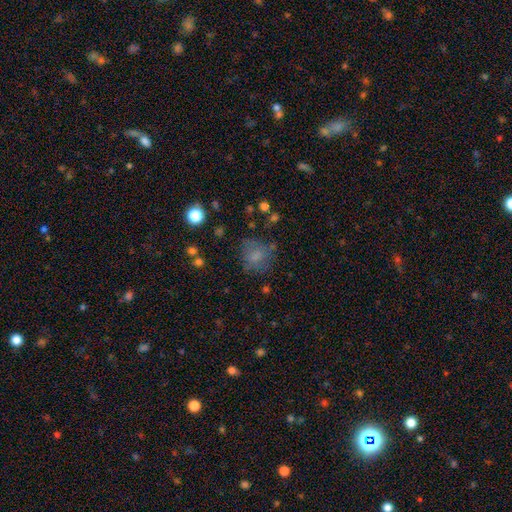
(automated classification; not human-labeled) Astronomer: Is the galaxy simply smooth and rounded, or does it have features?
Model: smooth — 70%.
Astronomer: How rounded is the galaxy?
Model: round — 74%.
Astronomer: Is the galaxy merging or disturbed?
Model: none — 63%.